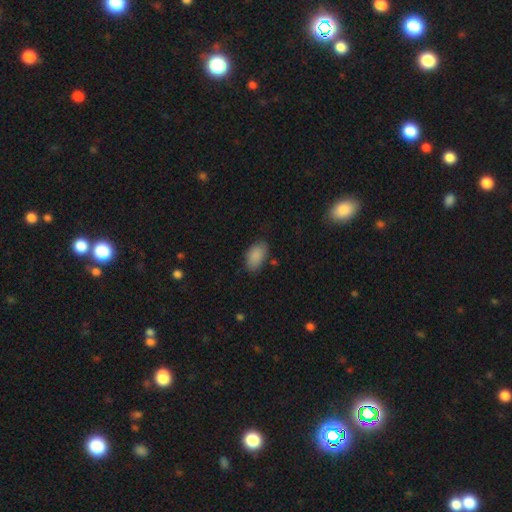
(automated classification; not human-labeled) Q: Smooth or featured?
A: smooth (89%); runner-up: star or artifact (7%)
Q: How rounded?
A: in between (93%); runner-up: round (6%)
Q: Merging?
A: none (79%); runner-up: minor disturbance (16%)